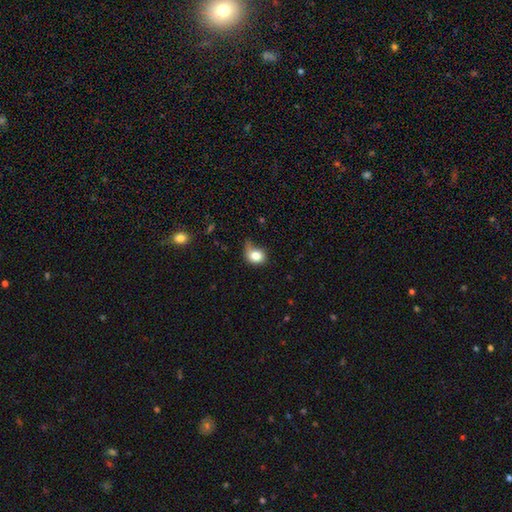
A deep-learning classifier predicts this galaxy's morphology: The model was most divided on "how rounded": round: 51%, in between: 48%, cigar-shaped: 1%. Remaining: smooth or featured — smooth (80%); merging — minor disturbance (41%).